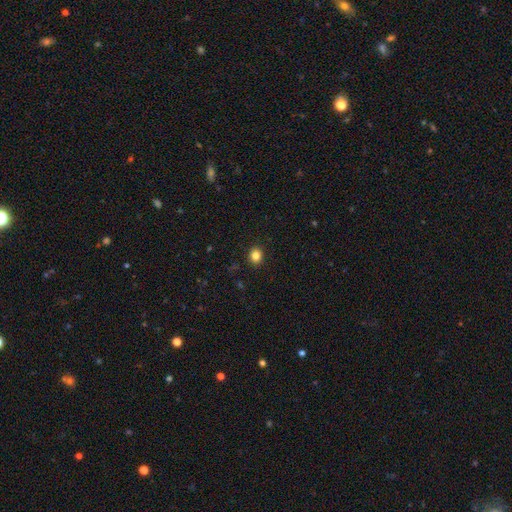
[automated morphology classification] Q: Smooth or featured?
A: smooth (83%); runner-up: star or artifact (12%)
Q: How rounded?
A: round (70%); runner-up: in between (29%)
Q: Merging?
A: none (92%); runner-up: minor disturbance (6%)